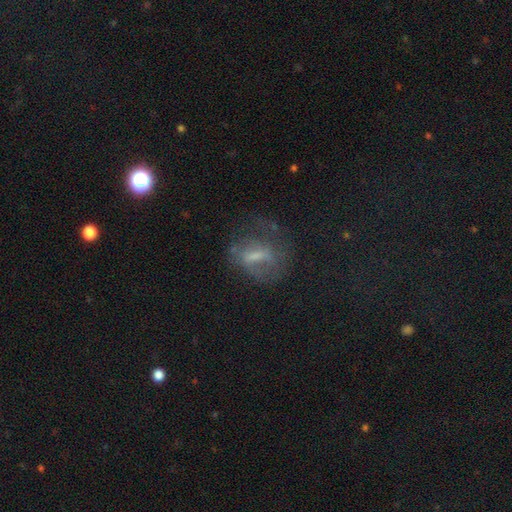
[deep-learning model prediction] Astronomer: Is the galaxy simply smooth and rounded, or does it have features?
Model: featured or disk — 48% (runner-up: smooth, 35%).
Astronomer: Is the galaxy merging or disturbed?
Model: none — 49% (runner-up: major disturbance, 26%).